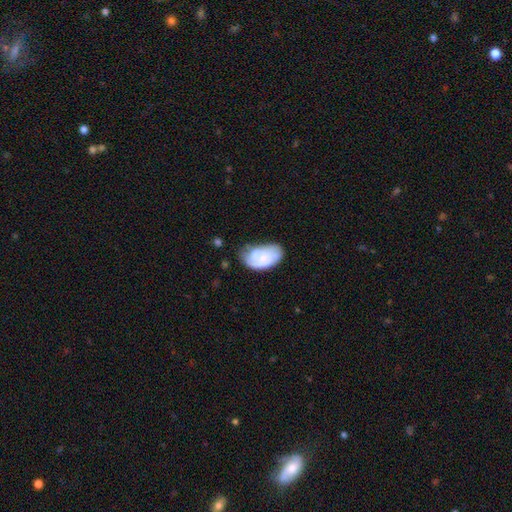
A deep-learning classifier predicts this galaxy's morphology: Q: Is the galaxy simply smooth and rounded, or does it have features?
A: featured or disk — 51%.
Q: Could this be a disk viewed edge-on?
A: no — 96%.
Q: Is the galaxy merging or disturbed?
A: none — 44%.